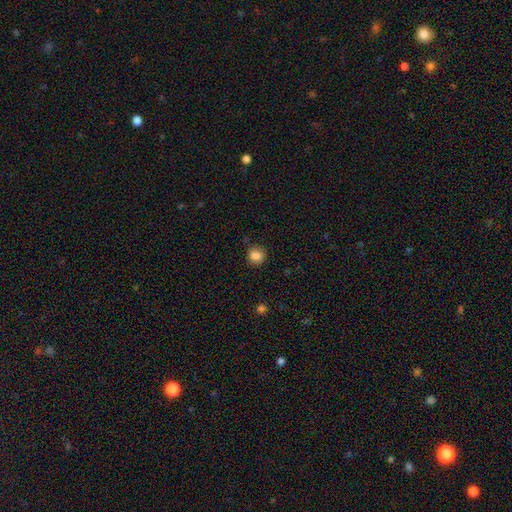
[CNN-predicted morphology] A smooth galaxy with no disk features (85%) that is round (88%). Merging: none (84%).